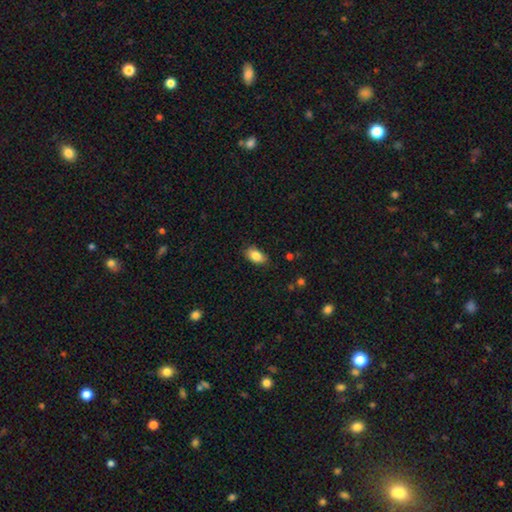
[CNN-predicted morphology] This is clearly a smooth galaxy (85%). How rounded: clearly in between (91%). Merging: clearly none (84%).